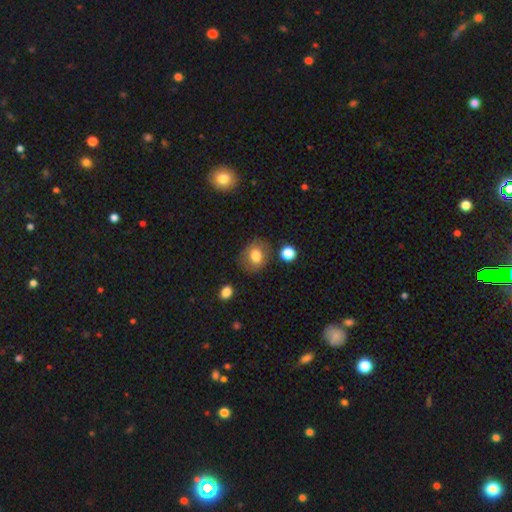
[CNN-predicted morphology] Q: Smooth or featured?
A: smooth (75%); runner-up: featured or disk (15%)
Q: How rounded?
A: round (59%); runner-up: in between (40%)
Q: Merging?
A: none (77%); runner-up: minor disturbance (15%)